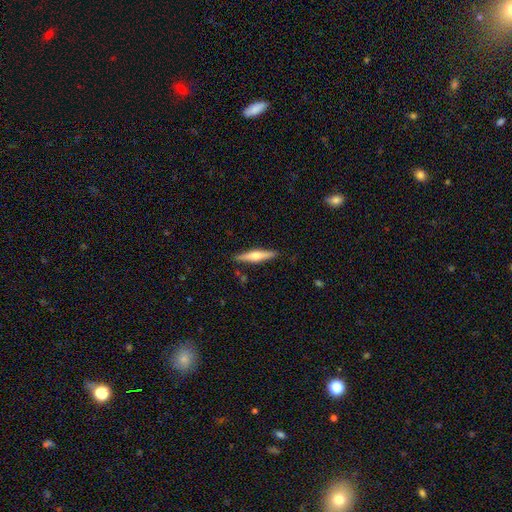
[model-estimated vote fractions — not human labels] Q: Smooth or featured?
A: featured or disk (56%); runner-up: smooth (39%)
Q: Edge-on disk?
A: yes (96%); runner-up: no (4%)
Q: Edge-on bulge?
A: rounded (90%); runner-up: none (5%)
Q: Merging?
A: none (89%); runner-up: minor disturbance (8%)